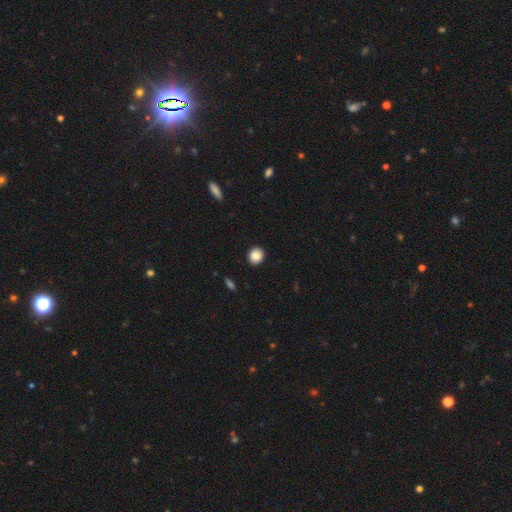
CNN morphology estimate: A smooth galaxy with no disk features (88%) that is round (80%). Merging: none (92%).